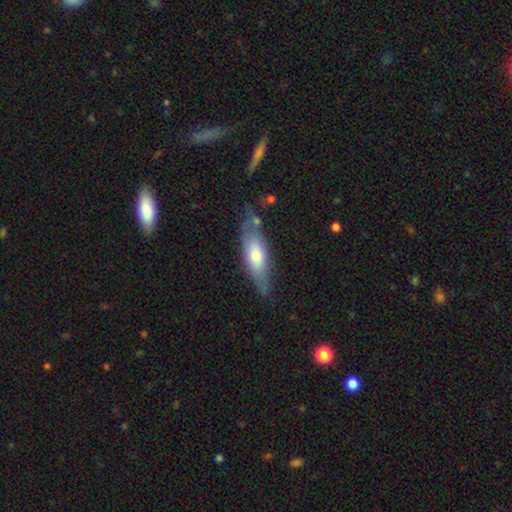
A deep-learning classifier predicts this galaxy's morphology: smooth 53%, featured or disk 41%, star or artifact 6%. Down the decision tree: how rounded — in between (50%); merging — none (71%).